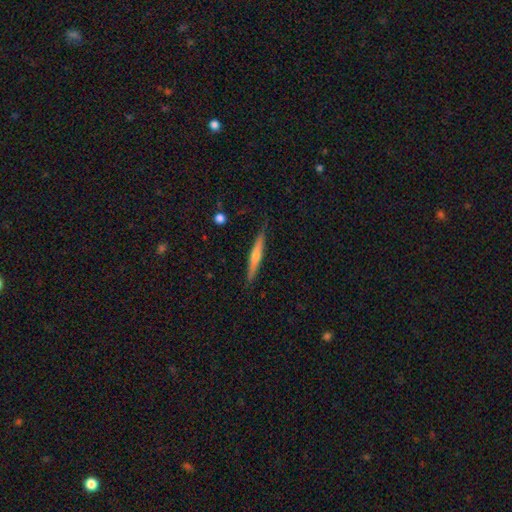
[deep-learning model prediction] A featured or disk galaxy (55%) viewed edge-on (96%) with a rounded central bulge (73%). Merging: none (86%).